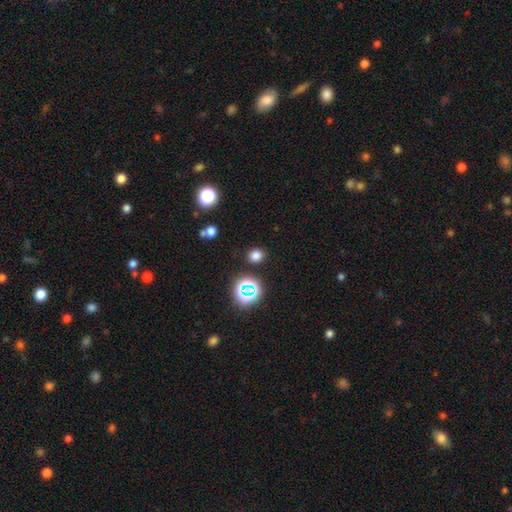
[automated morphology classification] Smooth or featured? Predicted: smooth (p=0.75). How rounded? Predicted: round (p=0.75). Merging? Predicted: none (p=0.87).